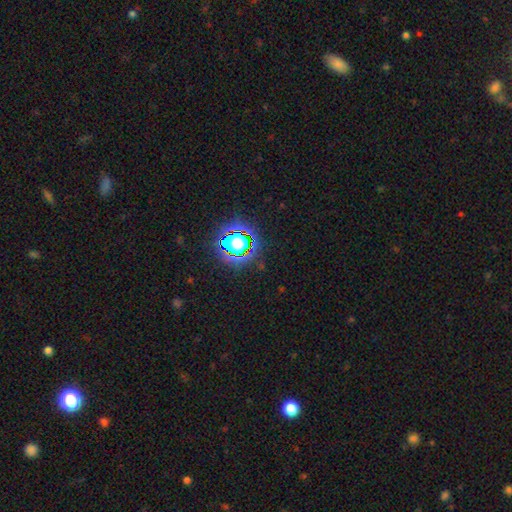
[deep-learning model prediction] A star or artifact, not a galaxy (79%).